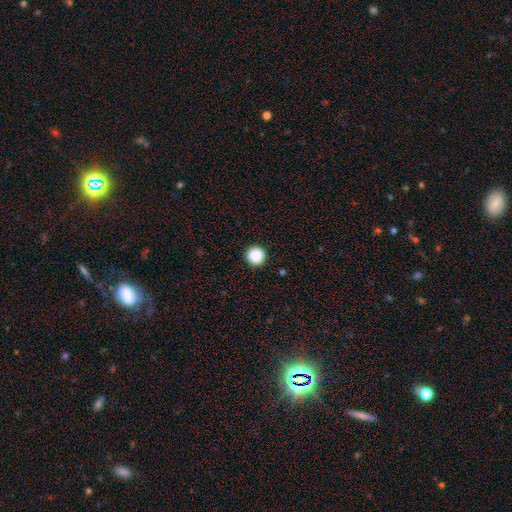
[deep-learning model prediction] smooth-or-featured: smooth: 88% | star or artifact: 9% | featured or disk: 2%
  how-rounded: round: 96% | in between: 3% | cigar-shaped: 1%
  merging: none: 93% | minor disturbance: 5% | major disturbance: 2% | merger: 1%